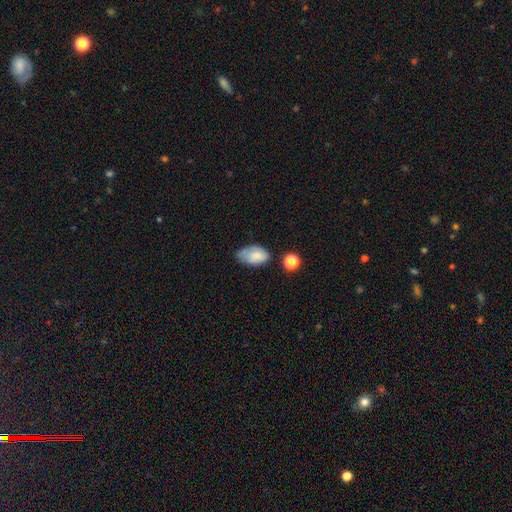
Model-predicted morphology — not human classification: Q: Smooth or featured?
A: smooth (76%); runner-up: featured or disk (15%)
Q: How rounded?
A: in between (92%); runner-up: round (7%)
Q: Merging?
A: none (46%); runner-up: minor disturbance (37%)